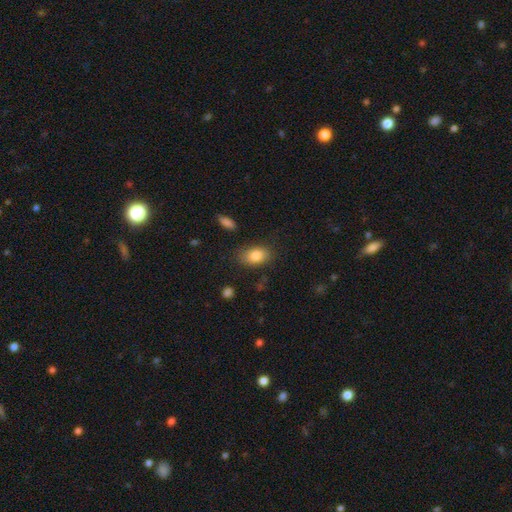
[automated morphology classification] A smooth galaxy with no disk features (83%) that is in between round and cigar-shaped (88%).

Vote fractions:
- Smooth or featured? smooth: 83% / featured or disk: 9% / star or artifact: 8%
- How rounded? in between: 88% / round: 11% / cigar-shaped: 2%
- Merging? none: 81% / minor disturbance: 13% / major disturbance: 4% / merger: 2%